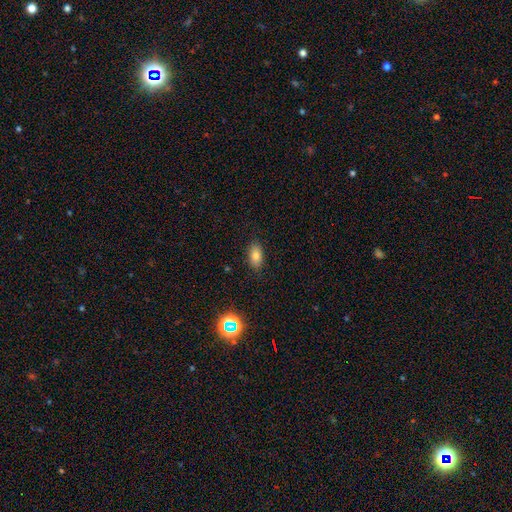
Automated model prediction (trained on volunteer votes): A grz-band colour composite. It shows a smooth galaxy with no disk features (79%) that is in between round and cigar-shaped (89%). Merging: none (86%).